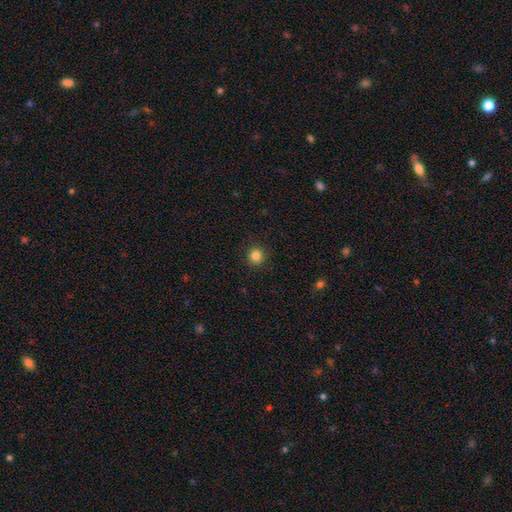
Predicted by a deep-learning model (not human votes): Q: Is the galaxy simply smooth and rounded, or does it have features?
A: smooth — 84%.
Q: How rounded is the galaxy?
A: round — 93%.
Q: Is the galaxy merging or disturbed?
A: none — 91%.